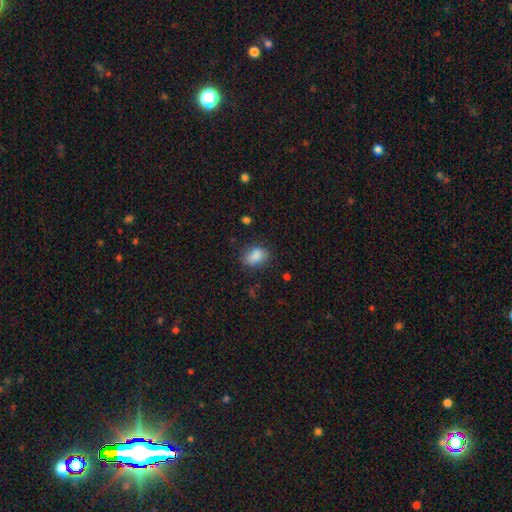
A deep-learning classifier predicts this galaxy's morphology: Smooth or featured? smooth (86%)
How rounded? in between (76%)
Merging? none (72%)